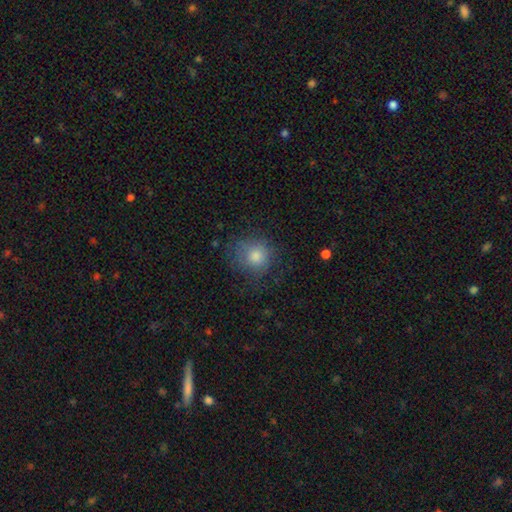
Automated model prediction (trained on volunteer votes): This is likely a smooth galaxy (77%). How rounded: clearly round (84%). Merging: likely none (68%).